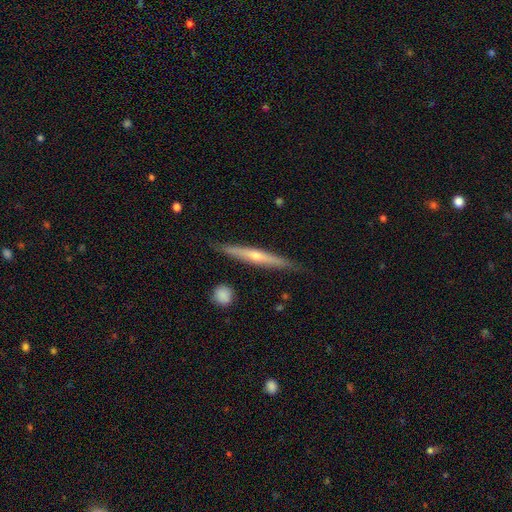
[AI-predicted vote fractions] A featured or disk galaxy (66%) viewed edge-on (96%) with a rounded central bulge (71%). Merging: none (87%).